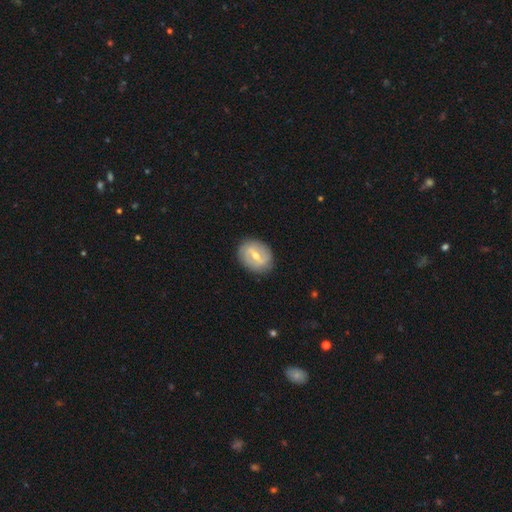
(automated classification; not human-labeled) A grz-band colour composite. It shows a featured or disk galaxy (68%) with a weak bar (48%), spiral arms (61%) and a moderate central bulge (64%). Merging: none (85%).